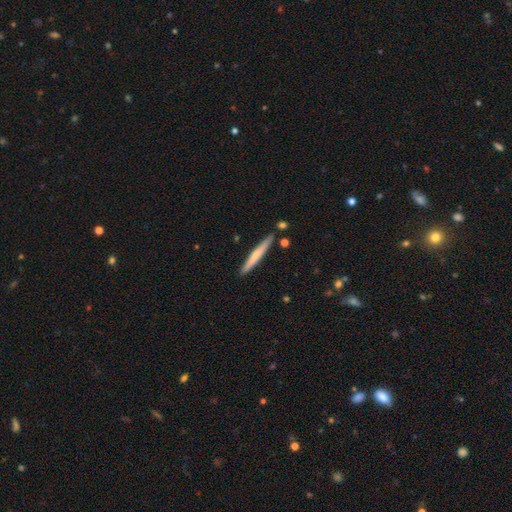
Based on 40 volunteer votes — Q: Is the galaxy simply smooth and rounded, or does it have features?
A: smooth — 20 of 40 (50%, tied with featured or disk).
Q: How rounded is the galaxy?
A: cigar-shaped — 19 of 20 (95%).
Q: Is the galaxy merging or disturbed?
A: none — 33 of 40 (82%).